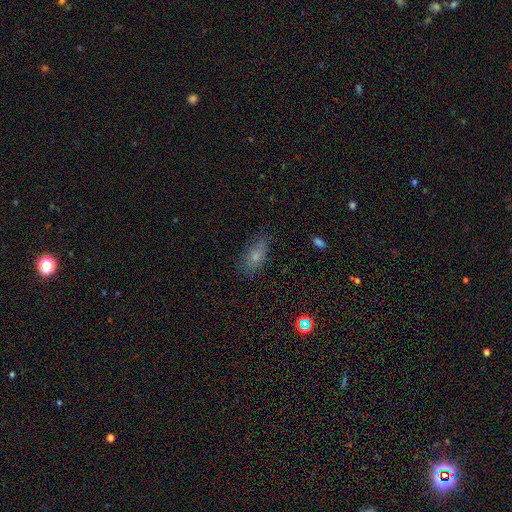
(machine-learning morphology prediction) This is likely a smooth galaxy (71%). How rounded: clearly in between (81%). Merging: likely none (72%).